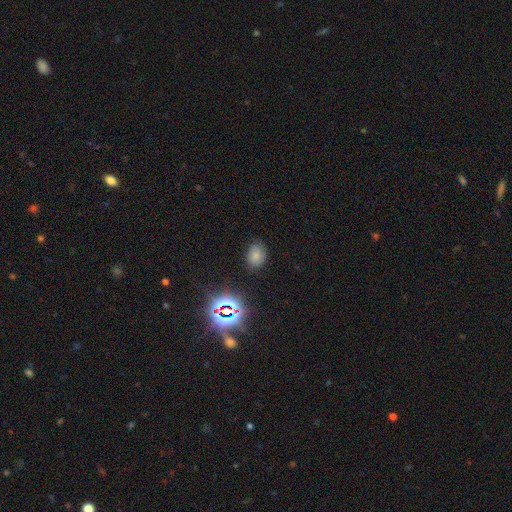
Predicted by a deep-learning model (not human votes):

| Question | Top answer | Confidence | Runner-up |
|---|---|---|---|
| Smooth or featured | smooth | 67% | star or artifact (22%) |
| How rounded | in between | 68% | round (31%) |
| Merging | none | 80% | minor disturbance (15%) |